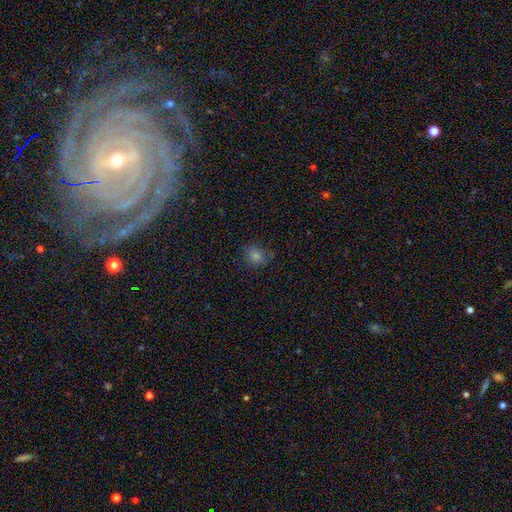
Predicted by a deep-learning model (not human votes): smooth_or_featured: smooth (p=0.67) [alt: star or artifact p=0.24]
how_rounded: round (p=0.66) [alt: in between p=0.33]
merging: none (p=0.76) [alt: minor disturbance p=0.17]